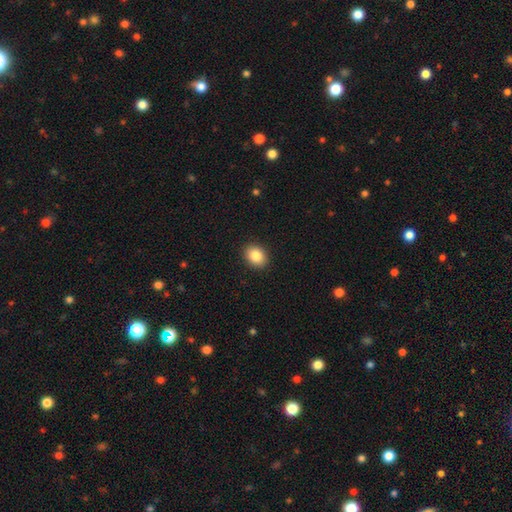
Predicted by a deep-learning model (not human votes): Smooth or featured? smooth (87%)
How rounded? in between (58%)
Merging? none (91%)